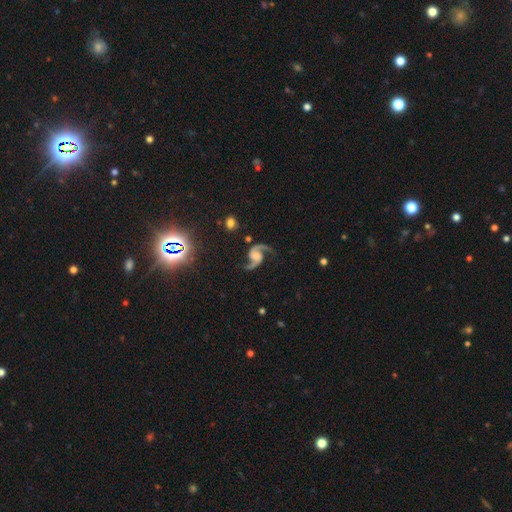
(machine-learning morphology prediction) featured or disk 92%, star or artifact 5%, smooth 3%. Down the decision tree: edge-on disk — no (98%); bar — no (60%); spiral arms — yes (98%); spiral arm count — 2 (95%); spiral winding — loose (61%); bulge size — none (46%); merging — none (79%).